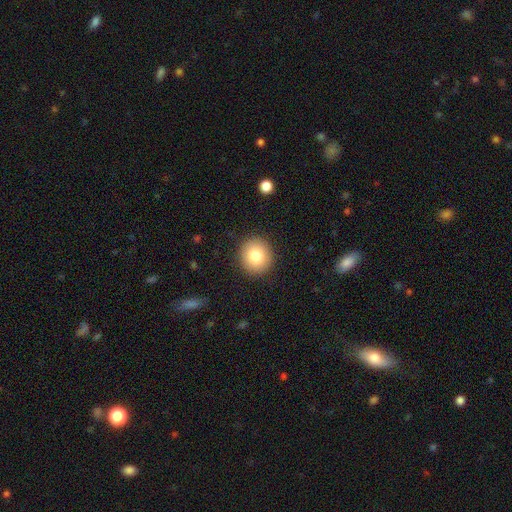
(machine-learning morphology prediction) A smooth galaxy with no disk features (82%) that is round (89%).

Vote fractions:
- Smooth or featured? smooth: 82% / featured or disk: 9% / star or artifact: 9%
- How rounded? round: 89% / in between: 10% / cigar-shaped: 1%
- Merging? none: 91% / minor disturbance: 6% / major disturbance: 2% / merger: 1%